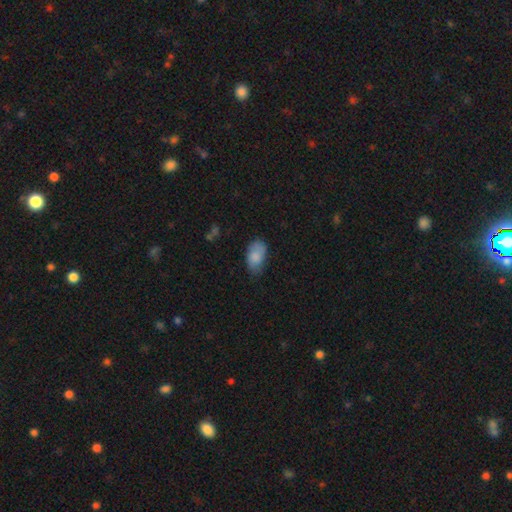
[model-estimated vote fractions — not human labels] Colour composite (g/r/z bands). It shows a smooth galaxy with no disk features (85%) that is in between round and cigar-shaped (93%). Merging: none (63%).